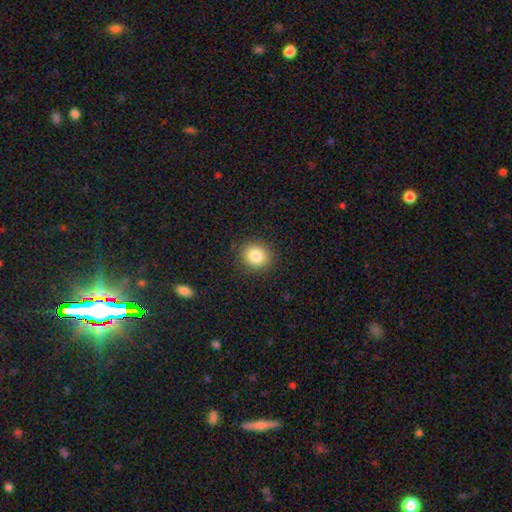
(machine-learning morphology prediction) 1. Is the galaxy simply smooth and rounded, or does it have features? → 84% smooth, 10% star or artifact, 6% featured or disk.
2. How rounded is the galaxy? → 80% round, 19% in between, 1% cigar-shaped.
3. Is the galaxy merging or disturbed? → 90% none, 7% minor disturbance, 2% major disturbance, 1% merger.